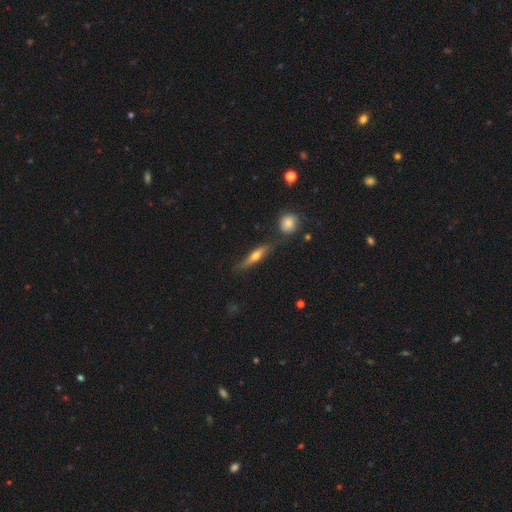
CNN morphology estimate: This appears to be a featured or disk galaxy (52%) viewed edge-on (90%). Merging: none (74%).